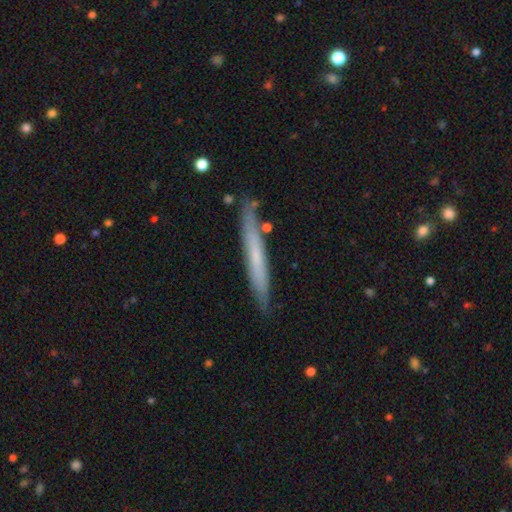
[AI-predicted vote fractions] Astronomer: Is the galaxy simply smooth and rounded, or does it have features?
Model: smooth — 54% (runner-up: featured or disk, 40%).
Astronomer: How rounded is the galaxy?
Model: cigar-shaped — 96%.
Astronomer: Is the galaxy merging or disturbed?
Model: none — 82%.